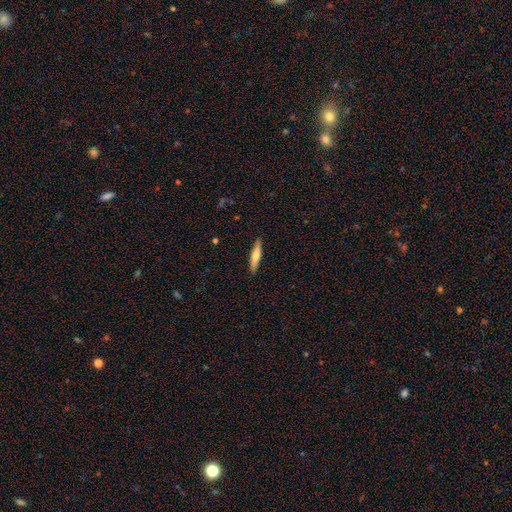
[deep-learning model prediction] smooth-or-featured: smooth: 65% | featured or disk: 30% | star or artifact: 5%
  how-rounded: cigar-shaped: 88% | in between: 11% | round: 1%
  merging: none: 90% | minor disturbance: 7% | major disturbance: 1% | merger: 1%